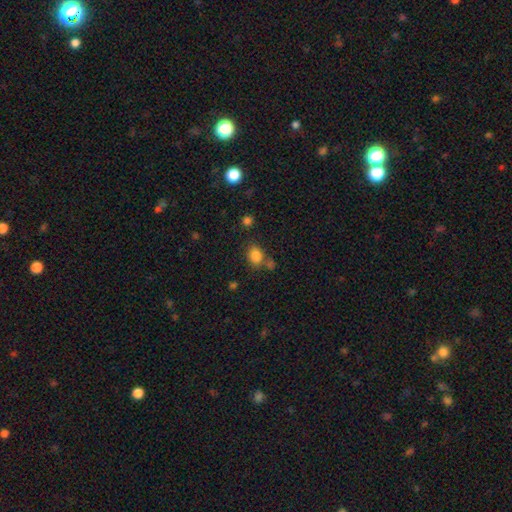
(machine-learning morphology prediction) This appears to be a smooth galaxy with no disk features (83%) that is in between round and cigar-shaped (62%). Merging: none (63%).